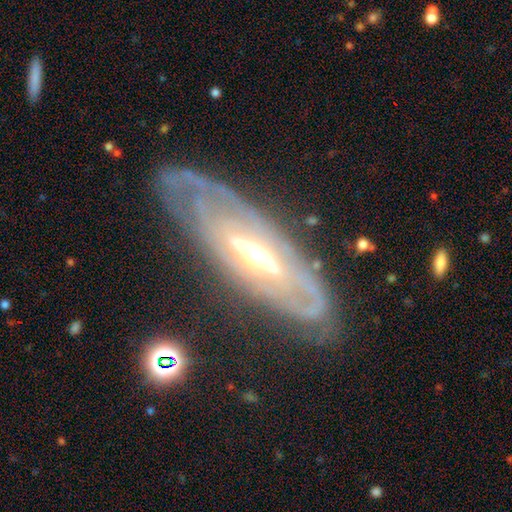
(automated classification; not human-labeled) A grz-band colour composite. It shows a featured or disk galaxy (83%) with no bar (43%), spiral arms (64%) and a moderate central bulge (66%). Merging: none (66%).